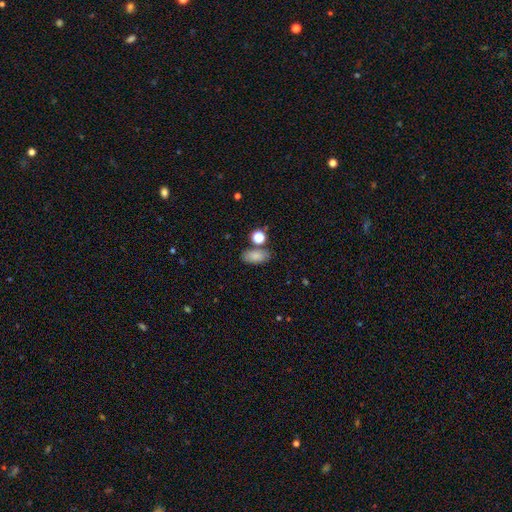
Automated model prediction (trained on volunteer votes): The model was most divided on "merging": none: 72%, minor disturbance: 13%, merger: 11%, major disturbance: 4%. More confident: how rounded — in between (88%); smooth or featured — smooth (83%).